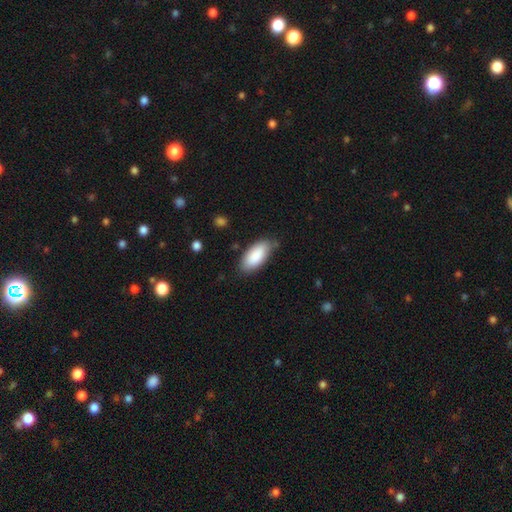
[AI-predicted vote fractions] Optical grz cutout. It shows a smooth galaxy with no disk features (87%) that is in between round and cigar-shaped (91%). Merging: none (76%).